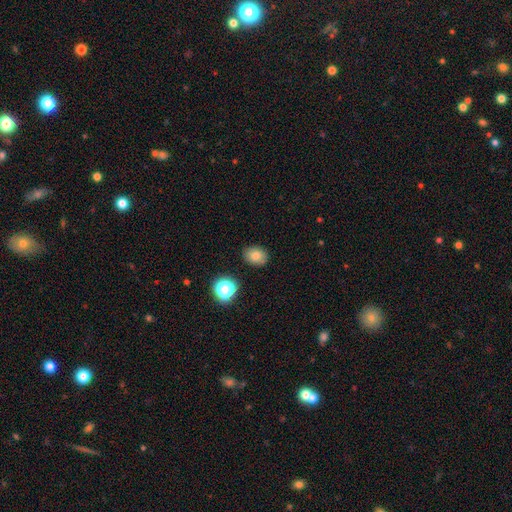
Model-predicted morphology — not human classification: This appears to be a smooth galaxy with no disk features (79%) that is in between round and cigar-shaped (54%). Merging: none (85%).